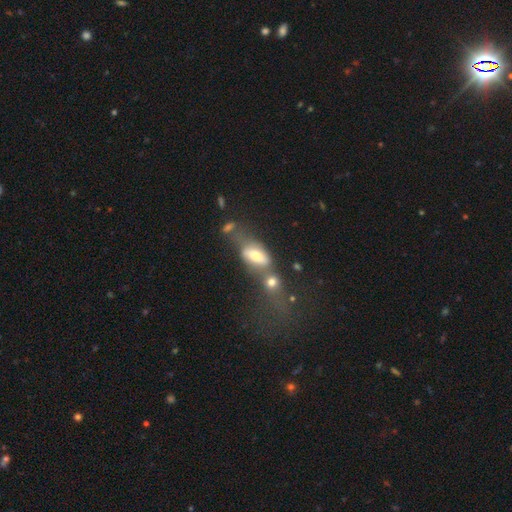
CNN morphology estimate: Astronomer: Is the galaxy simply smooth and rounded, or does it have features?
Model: smooth — 55% (runner-up: featured or disk, 33%).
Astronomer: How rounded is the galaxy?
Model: in between — 80%.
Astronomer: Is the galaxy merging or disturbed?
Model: merger — 42% (runner-up: none, 25%).